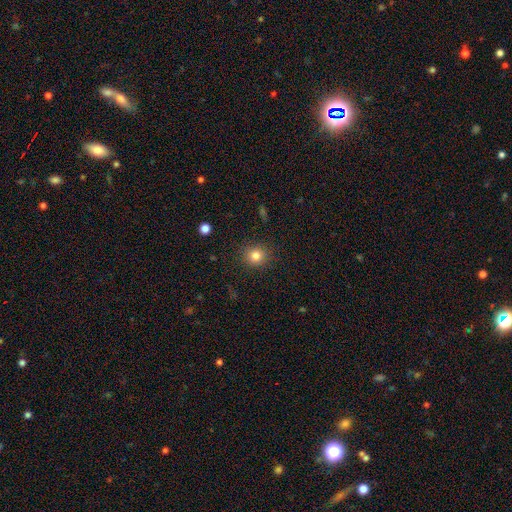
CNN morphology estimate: type=smooth (82%); roundness=round (88%); merging=none (89%).